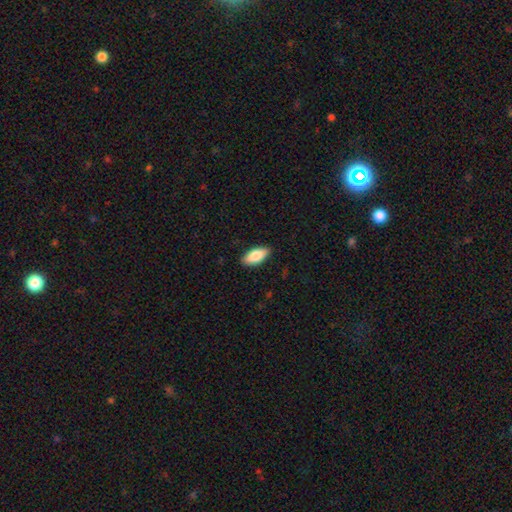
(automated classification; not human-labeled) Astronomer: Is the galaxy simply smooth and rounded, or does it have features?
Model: smooth — 83%.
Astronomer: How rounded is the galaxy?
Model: in between — 88%.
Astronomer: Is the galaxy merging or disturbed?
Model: none — 88%.